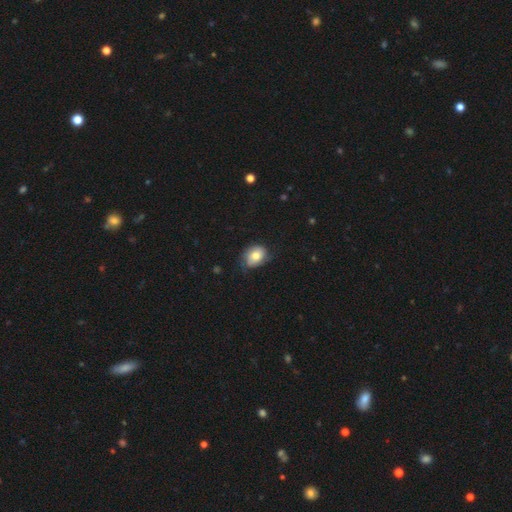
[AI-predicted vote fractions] Overall: smooth (64%; featured or disk 28%). How rounded: in between (62%; round 37%). Merging: none (58%; minor disturbance 30%).